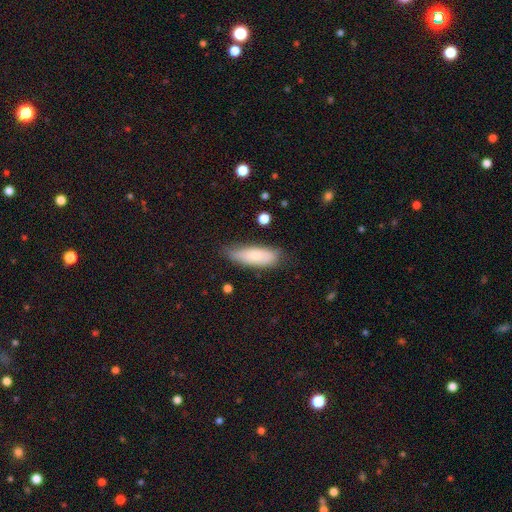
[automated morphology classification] A smooth galaxy with no disk features (74%) that is in between round and cigar-shaped (64%).

Vote fractions:
- Smooth or featured? smooth: 74% / featured or disk: 20% / star or artifact: 7%
- How rounded? in between: 64% / cigar-shaped: 33% / round: 2%
- Merging? none: 67% / minor disturbance: 26% / major disturbance: 5% / merger: 2%